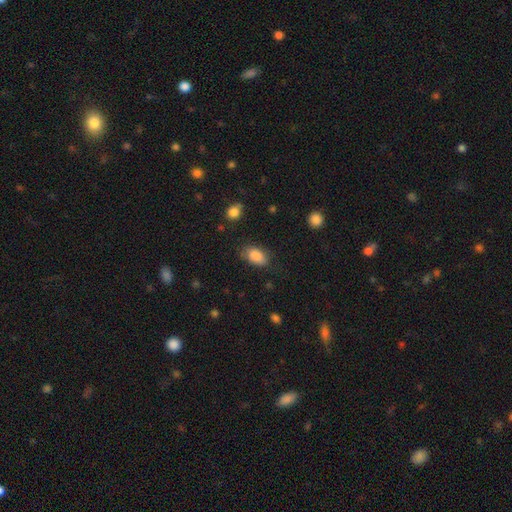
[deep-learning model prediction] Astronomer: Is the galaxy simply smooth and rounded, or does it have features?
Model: smooth — 85%.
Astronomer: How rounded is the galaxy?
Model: in between — 90%.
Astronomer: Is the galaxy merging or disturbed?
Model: none — 74%.